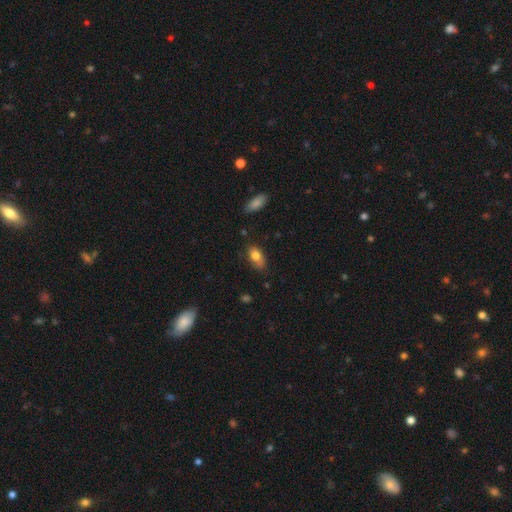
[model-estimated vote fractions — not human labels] A smooth galaxy with no disk features (79%) that is in between round and cigar-shaped (88%). Merging: none (62%).